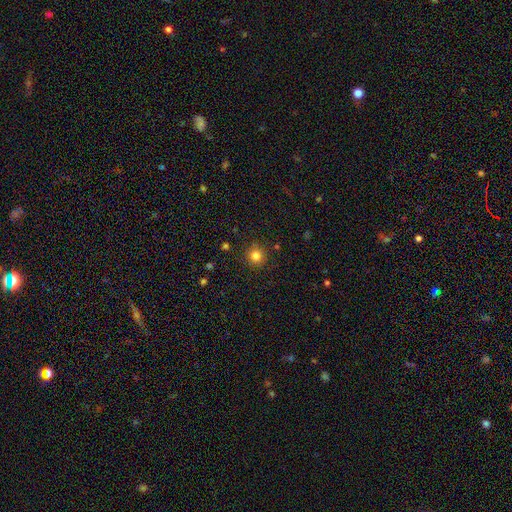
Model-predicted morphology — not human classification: Overall: smooth (82%). How rounded: round (93%). Merging: none (90%).